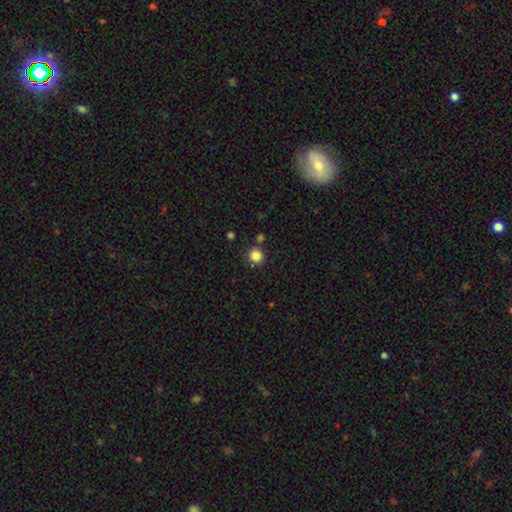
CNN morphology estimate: Smooth or featured?
  - smooth: 85% *
  - star or artifact: 12%
  - featured or disk: 4%
How rounded?
  - round: 94% *
  - in between: 5%
  - cigar-shaped: 1%
Merging?
  - none: 84% *
  - minor disturbance: 7%
  - merger: 6%
  - major disturbance: 2%